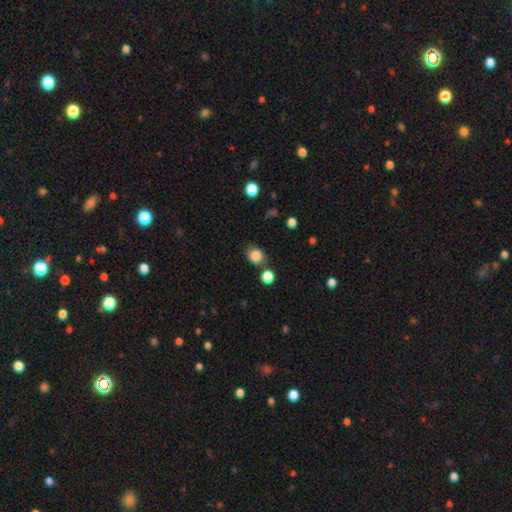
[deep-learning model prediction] A smooth galaxy with no disk features (84%) that is round (57%).

Vote fractions:
- Smooth or featured? smooth: 84% / star or artifact: 10% / featured or disk: 6%
- How rounded? round: 57% / in between: 41% / cigar-shaped: 1%
- Merging? none: 72% / minor disturbance: 16% / merger: 7% / major disturbance: 5%